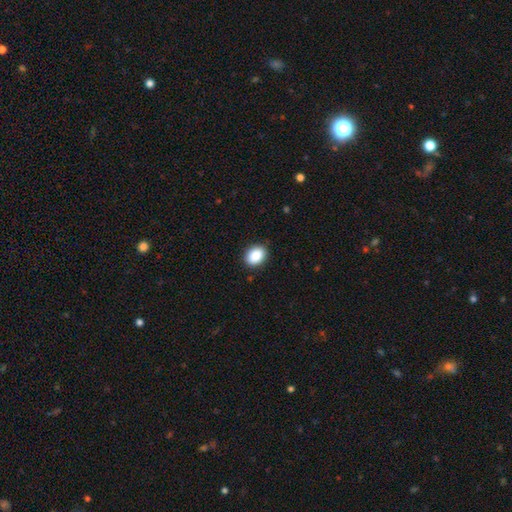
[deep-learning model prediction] The model was most divided on "how rounded": in between: 69%, round: 30%, cigar-shaped: 1%. More confident: merging — none (89%); smooth or featured — smooth (88%).